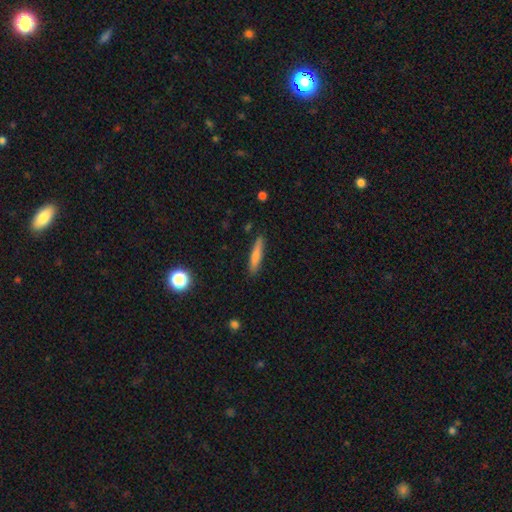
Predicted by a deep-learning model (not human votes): This appears to be a smooth galaxy with no disk features (73%) that is cigar-shaped (88%). Merging: none (87%).